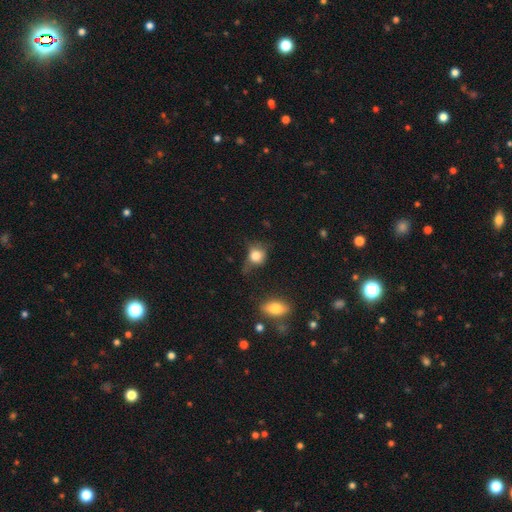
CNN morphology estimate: A smooth galaxy with no disk features (77%) that is round (64%).

Vote fractions:
- Smooth or featured? smooth: 77% / featured or disk: 12% / star or artifact: 11%
- How rounded? round: 64% / in between: 34% / cigar-shaped: 2%
- Merging? none: 40% / minor disturbance: 31% / major disturbance: 23% / merger: 6%